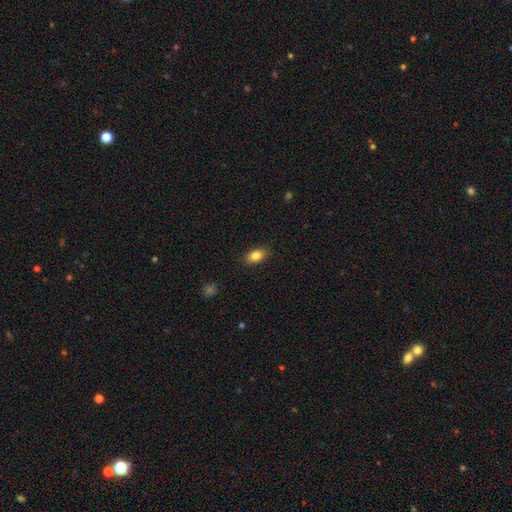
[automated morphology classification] A smooth galaxy with no disk features (82%) that is in between round and cigar-shaped (88%). Merging: none (87%).